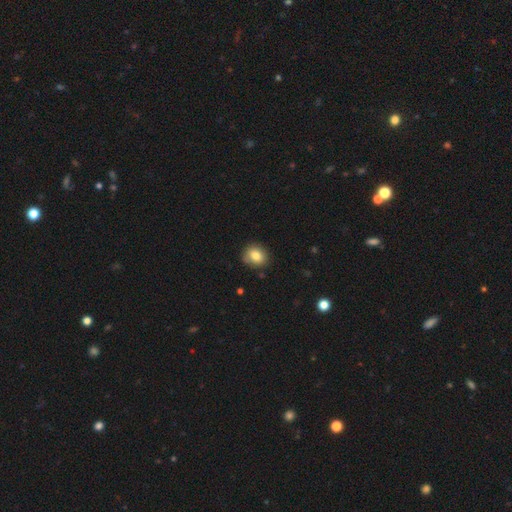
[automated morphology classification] type=smooth (80%); roundness=round (68%); merging=none (79%).